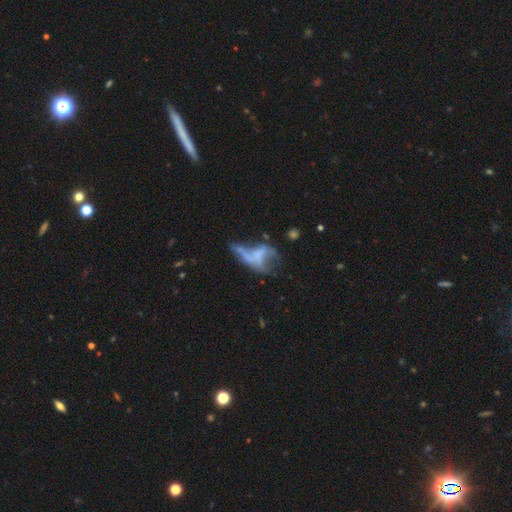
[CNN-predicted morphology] This appears to be a featured or disk galaxy (53%). Merging: major disturbance (40%).